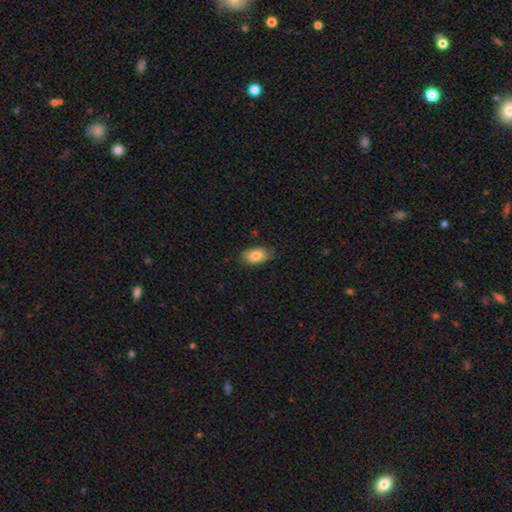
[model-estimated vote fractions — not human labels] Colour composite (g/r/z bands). It shows a smooth galaxy with no disk features (84%) that is in between round and cigar-shaped (91%). Merging: none (81%).